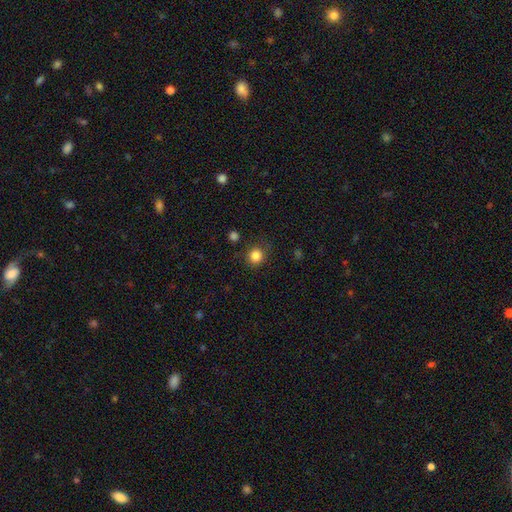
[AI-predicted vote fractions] A smooth galaxy with no disk features (85%) that is round (86%). Merging: none (83%).